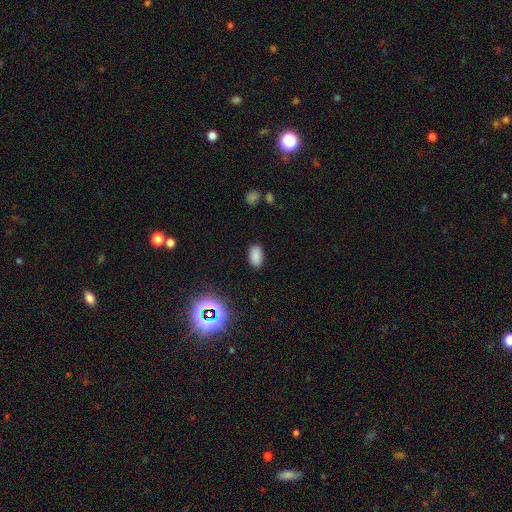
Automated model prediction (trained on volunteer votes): A smooth galaxy with no disk features (82%) that is in between round and cigar-shaped (92%).

Vote fractions:
- Smooth or featured? smooth: 82% / star or artifact: 14% / featured or disk: 4%
- How rounded? in between: 92% / round: 7% / cigar-shaped: 2%
- Merging? none: 86% / minor disturbance: 10% / major disturbance: 3% / merger: 1%